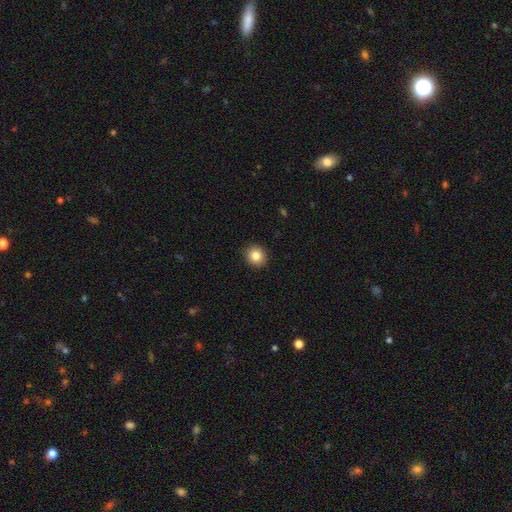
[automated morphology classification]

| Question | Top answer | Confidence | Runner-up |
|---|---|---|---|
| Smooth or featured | smooth | 83% | star or artifact (10%) |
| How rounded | round | 85% | in between (14%) |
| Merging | none | 92% | minor disturbance (5%) |